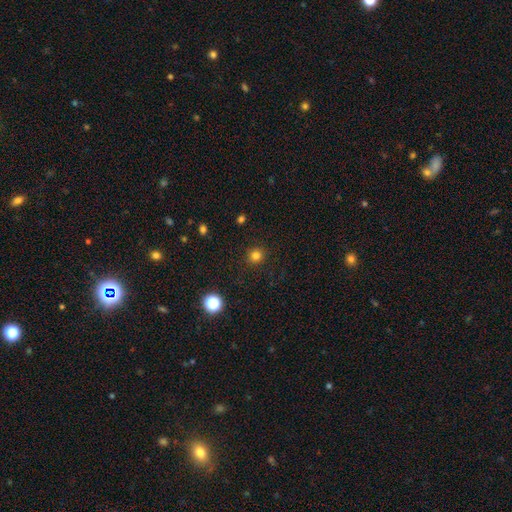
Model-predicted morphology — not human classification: Smooth or featured?
  - smooth: 80% *
  - star or artifact: 15%
  - featured or disk: 5%
How rounded?
  - round: 91% *
  - in between: 8%
  - cigar-shaped: 1%
Merging?
  - none: 90% *
  - minor disturbance: 6%
  - major disturbance: 2%
  - merger: 1%